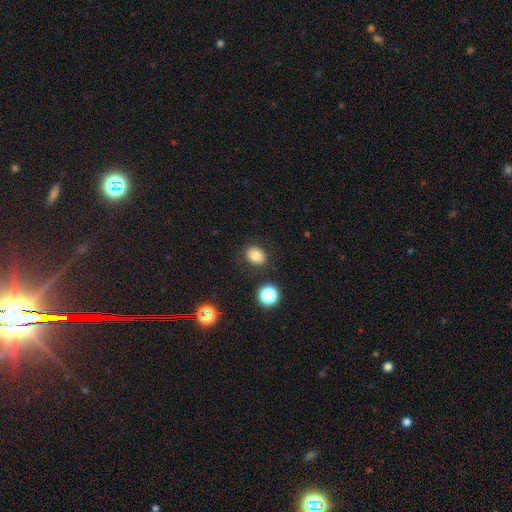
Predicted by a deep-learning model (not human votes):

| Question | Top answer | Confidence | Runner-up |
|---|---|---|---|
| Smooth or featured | smooth | 78% | star or artifact (13%) |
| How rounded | round | 53% | in between (46%) |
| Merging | none | 85% | minor disturbance (9%) |